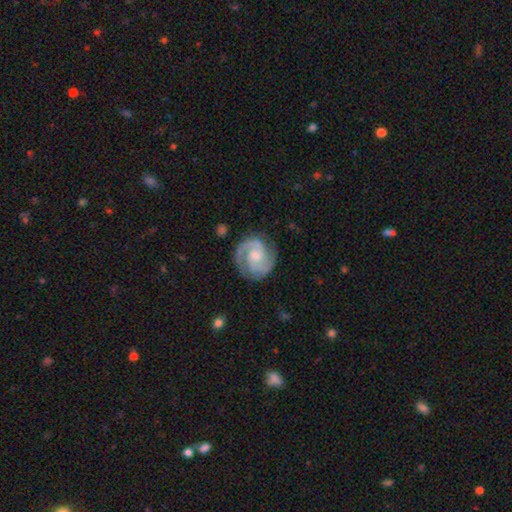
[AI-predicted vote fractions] featured or disk 89%, smooth 7%, star or artifact 4%. Down the decision tree: edge-on disk — no (98%); bar — no (58%); spiral arms — yes (98%); spiral arm count — 2 (88%); spiral winding — tight (51%); bulge size — moderate (46%); merging — none (80%).